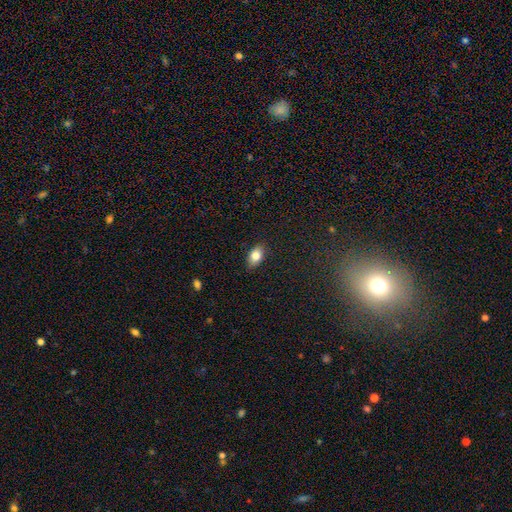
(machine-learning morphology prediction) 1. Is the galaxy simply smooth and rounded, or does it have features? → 81% smooth, 11% featured or disk, 8% star or artifact.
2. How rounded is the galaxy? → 88% in between, 9% round, 2% cigar-shaped.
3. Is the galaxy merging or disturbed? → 86% none, 11% minor disturbance, 2% major disturbance, 1% merger.